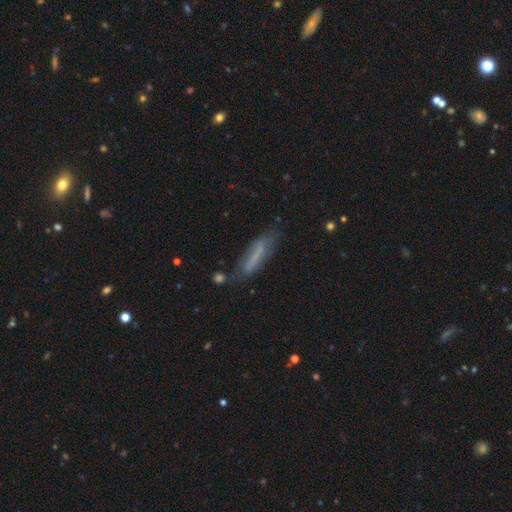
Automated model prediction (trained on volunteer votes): Q: Smooth or featured?
A: smooth (52%); runner-up: featured or disk (38%)
Q: How rounded?
A: cigar-shaped (73%); runner-up: in between (25%)
Q: Merging?
A: none (60%); runner-up: minor disturbance (24%)